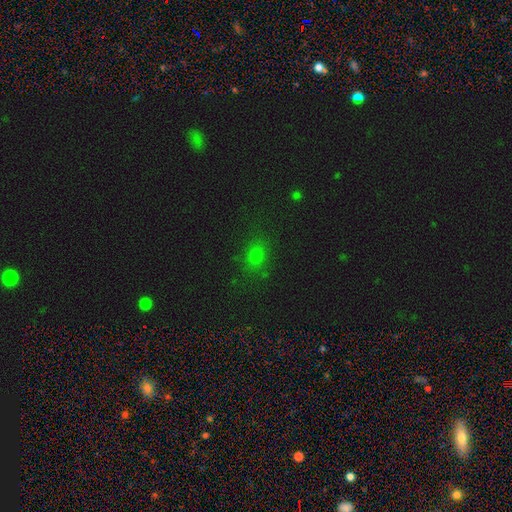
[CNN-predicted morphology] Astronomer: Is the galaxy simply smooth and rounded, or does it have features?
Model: smooth — 71%.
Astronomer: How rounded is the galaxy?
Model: round — 57% (runner-up: in between, 41%).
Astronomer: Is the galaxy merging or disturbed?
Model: none — 82%.